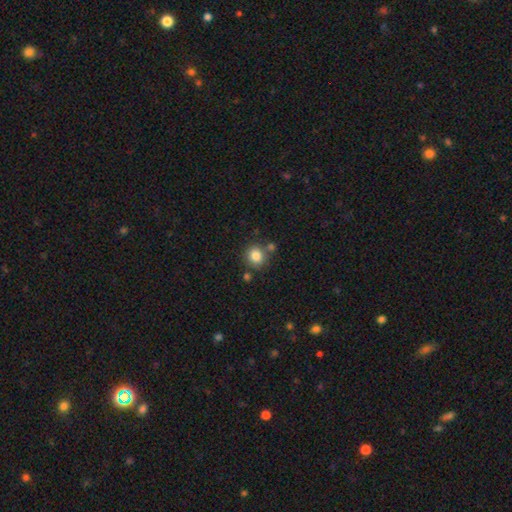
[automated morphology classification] type=smooth (82%); roundness=round (88%); merging=none (75%).